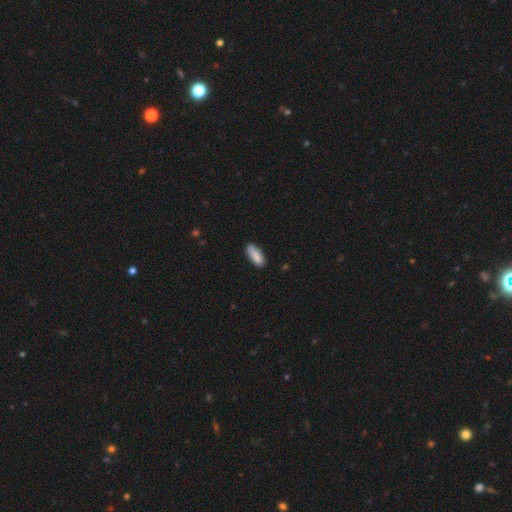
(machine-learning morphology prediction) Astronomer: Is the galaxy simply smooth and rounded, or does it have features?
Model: smooth — 88%.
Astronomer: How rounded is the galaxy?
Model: in between — 77%.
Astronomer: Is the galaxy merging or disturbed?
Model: none — 80%.